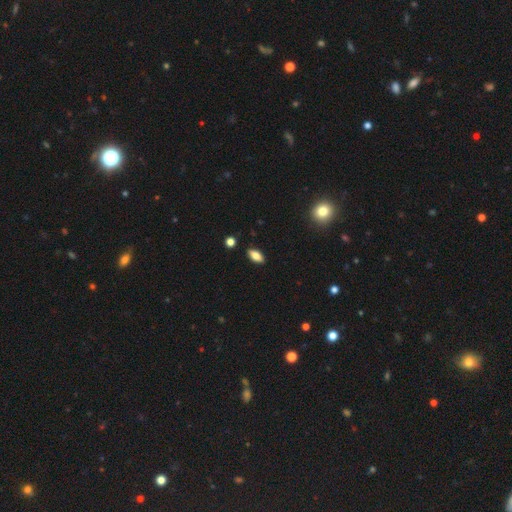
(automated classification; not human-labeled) Smooth or featured?
  - smooth: 77% *
  - featured or disk: 15%
  - star or artifact: 8%
How rounded?
  - in between: 86% *
  - cigar-shaped: 11%
  - round: 3%
Merging?
  - none: 88% *
  - minor disturbance: 8%
  - major disturbance: 2%
  - merger: 2%